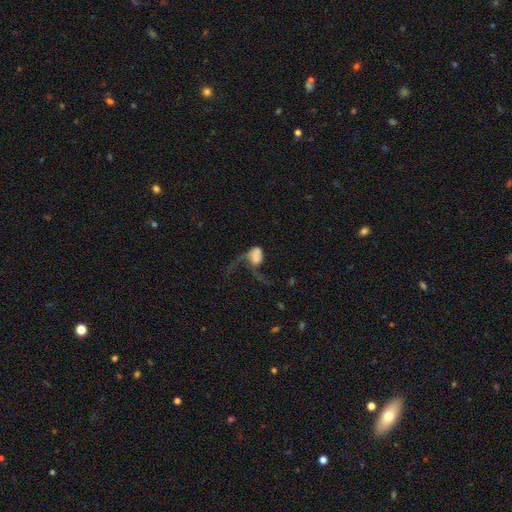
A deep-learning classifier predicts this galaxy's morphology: Smooth or featured: smooth — 51% (featured or disk — 39%)
How rounded: in between — 71% (round — 27%)
Merging: major disturbance — 62% (none — 16%)